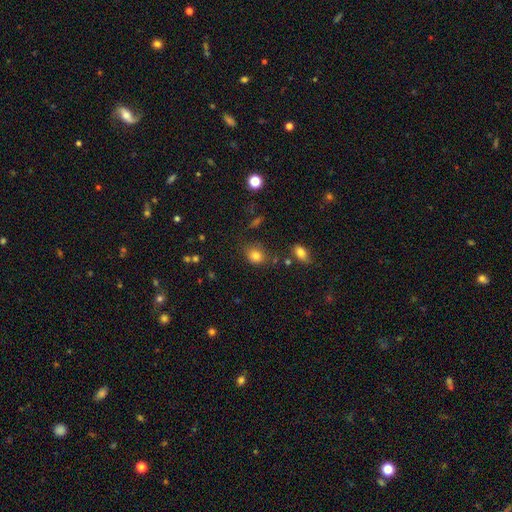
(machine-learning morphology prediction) Smooth or featured: smooth — 82% (star or artifact — 12%)
How rounded: round — 59% (in between — 40%)
Merging: none — 72% (minor disturbance — 18%)